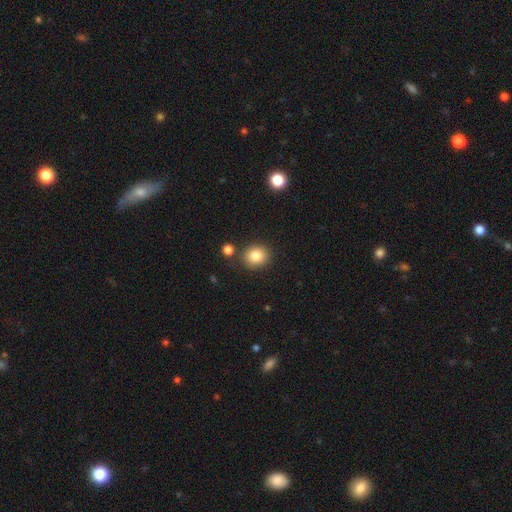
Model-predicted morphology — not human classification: This appears to be a smooth galaxy with no disk features (83%) that is round (77%). Merging: none (83%).